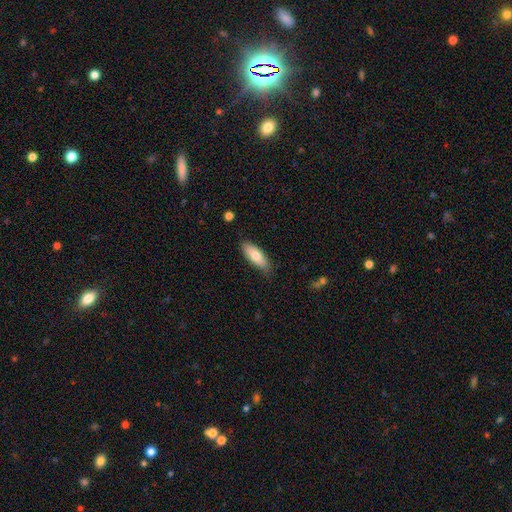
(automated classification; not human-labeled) This is likely a smooth galaxy (76%). How rounded: likely in between (65%). Merging: clearly none (82%).